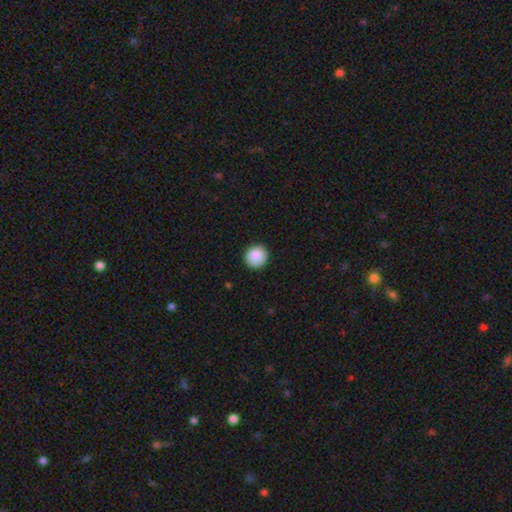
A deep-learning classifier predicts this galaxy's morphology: Smooth or featured: smooth — 88% (star or artifact — 8%)
How rounded: round — 91% (in between — 8%)
Merging: none — 89% (minor disturbance — 8%)